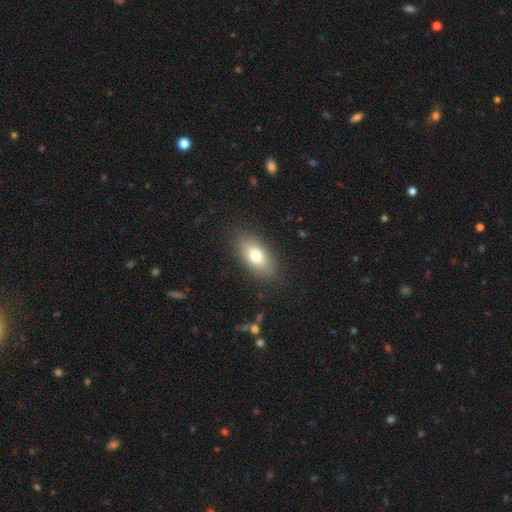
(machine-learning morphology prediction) Smooth or featured? smooth (76%)
How rounded? in between (88%)
Merging? none (86%)